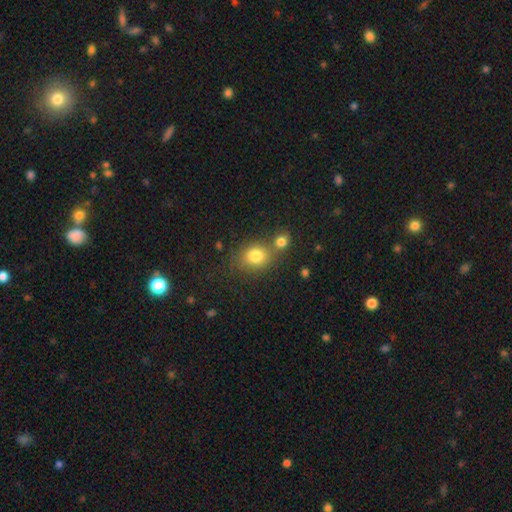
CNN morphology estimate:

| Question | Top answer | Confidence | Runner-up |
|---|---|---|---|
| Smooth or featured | smooth | 80% | star or artifact (11%) |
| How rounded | round | 58% | in between (41%) |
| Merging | none | 53% | merger (31%) |